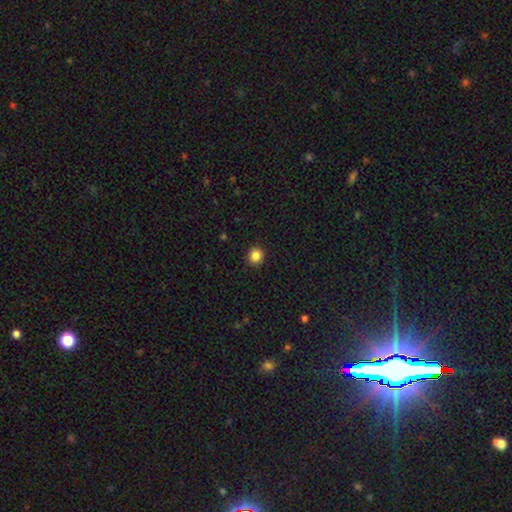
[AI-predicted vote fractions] A smooth galaxy with no disk features (85%) that is round (88%).

Vote fractions:
- Smooth or featured? smooth: 85% / star or artifact: 11% / featured or disk: 4%
- How rounded? round: 88% / in between: 11% / cigar-shaped: 1%
- Merging? none: 92% / minor disturbance: 5% / major disturbance: 2% / merger: 1%